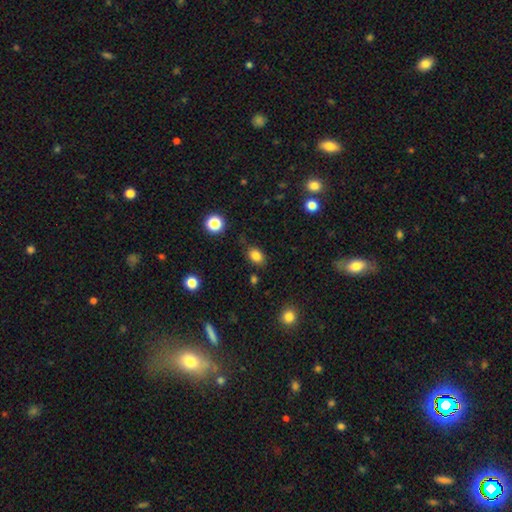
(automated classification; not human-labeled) Smooth or featured?
  - smooth: 83% *
  - star or artifact: 11%
  - featured or disk: 6%
How rounded?
  - in between: 74% *
  - round: 25%
  - cigar-shaped: 1%
Merging?
  - none: 78% *
  - minor disturbance: 15%
  - major disturbance: 4%
  - merger: 3%